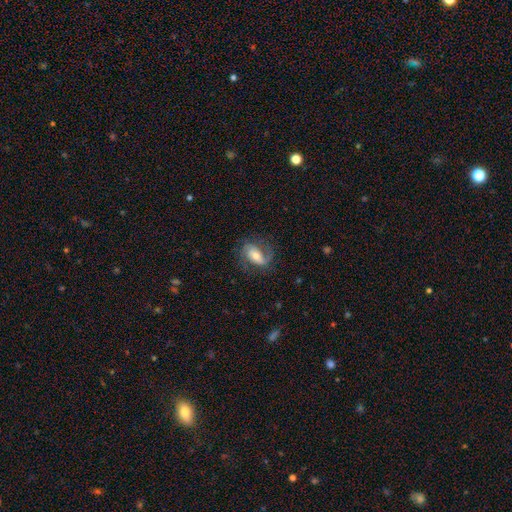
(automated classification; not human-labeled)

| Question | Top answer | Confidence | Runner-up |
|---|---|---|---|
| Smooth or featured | featured or disk | 70% | smooth (23%) |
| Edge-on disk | no | 95% | yes (5%) |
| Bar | weak | 36% | no (35%) |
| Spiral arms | yes | 90% | no (10%) |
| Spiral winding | medium | 44% | loose (33%) |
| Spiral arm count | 2 | 75% | 1 (12%) |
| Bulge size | moderate | 61% | small (29%) |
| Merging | none | 68% | minor disturbance (18%) |